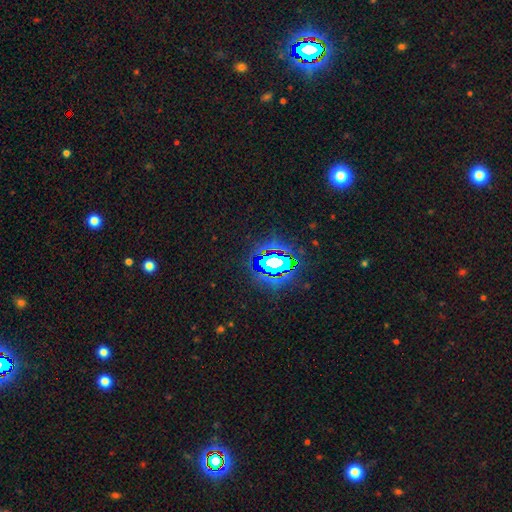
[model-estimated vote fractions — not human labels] smooth_or_featured: star or artifact (p=0.79) [alt: smooth p=0.14]